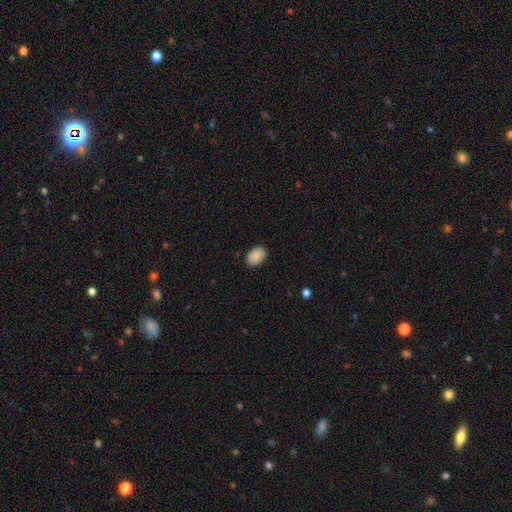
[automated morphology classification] Smooth or featured: smooth — 88% (star or artifact — 7%)
How rounded: in between — 83% (round — 15%)
Merging: none — 86% (minor disturbance — 11%)